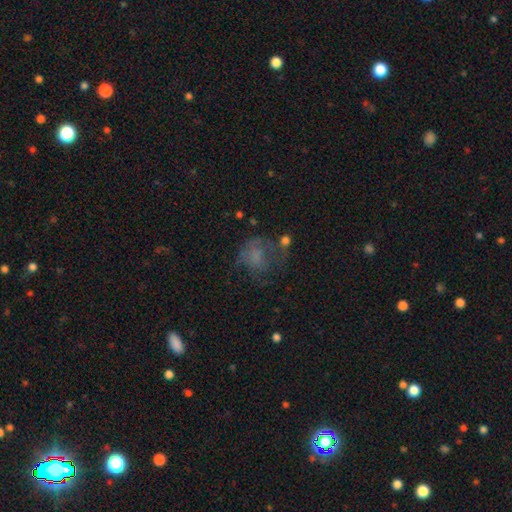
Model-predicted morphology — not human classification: A smooth galaxy with no disk features (52%) that is round (64%). Merging: none (38%).